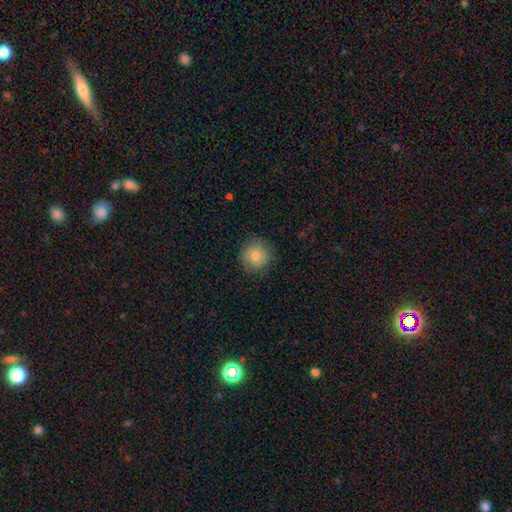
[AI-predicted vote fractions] The model was most divided on "smooth or featured": smooth: 76%, featured or disk: 16%, star or artifact: 8%. More confident: how rounded — round (91%); merging — none (81%).